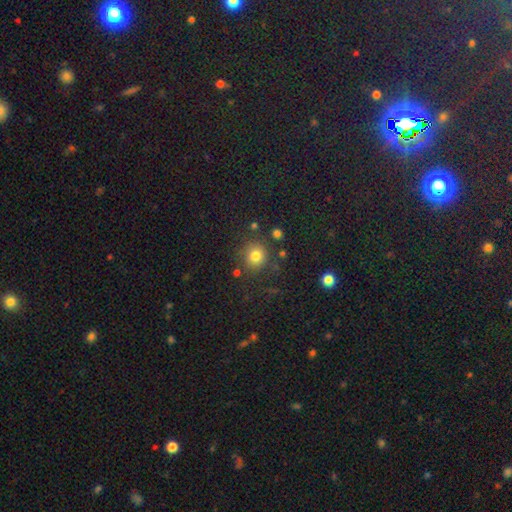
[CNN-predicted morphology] Smooth or featured? Predicted: smooth (p=0.78). How rounded? Predicted: round (p=0.88). Merging? Predicted: none (p=0.81).